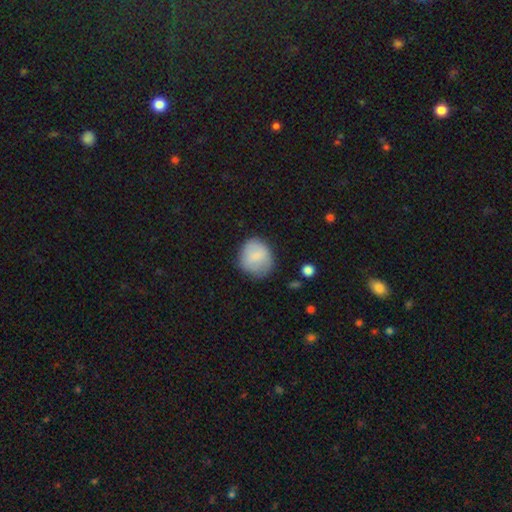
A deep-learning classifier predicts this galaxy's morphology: type=smooth (78%); roundness=round (81%); merging=none (70%).